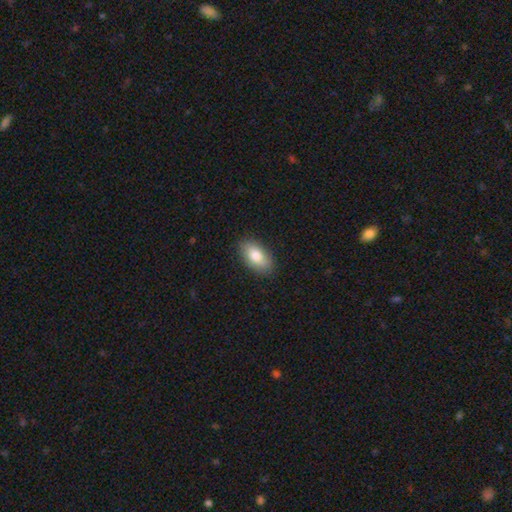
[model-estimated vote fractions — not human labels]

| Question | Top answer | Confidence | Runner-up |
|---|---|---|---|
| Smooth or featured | smooth | 82% | featured or disk (12%) |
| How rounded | in between | 91% | cigar-shaped (5%) |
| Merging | none | 87% | minor disturbance (10%) |